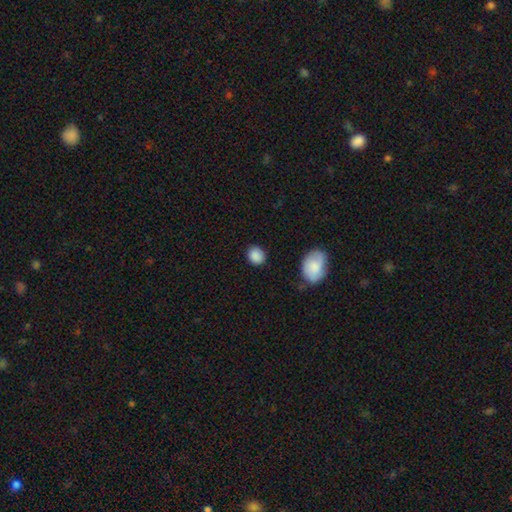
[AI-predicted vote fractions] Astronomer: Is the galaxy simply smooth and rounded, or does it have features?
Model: smooth — 88%.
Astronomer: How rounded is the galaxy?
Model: round — 68%.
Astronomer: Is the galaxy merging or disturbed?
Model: none — 85%.